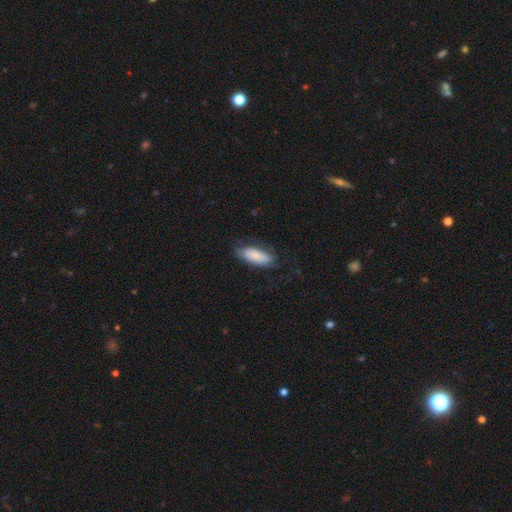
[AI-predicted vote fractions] Overall: smooth (70%). How rounded: in between (77%). Merging: none (56%; minor disturbance 26%).